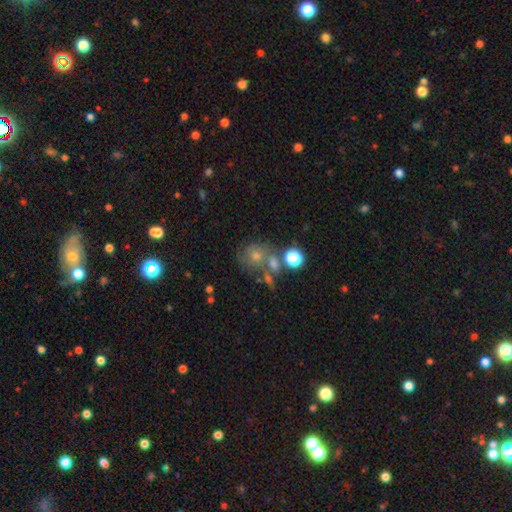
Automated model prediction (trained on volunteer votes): Overall: smooth (59%; featured or disk 24%). How rounded: round (77%). Merging: none (46%; merger 29%).